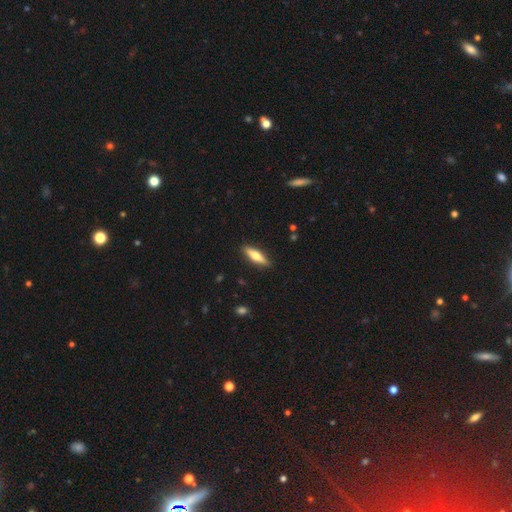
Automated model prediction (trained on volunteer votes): This appears to be a smooth galaxy with no disk features (59%) that is cigar-shaped (63%). Merging: none (89%).